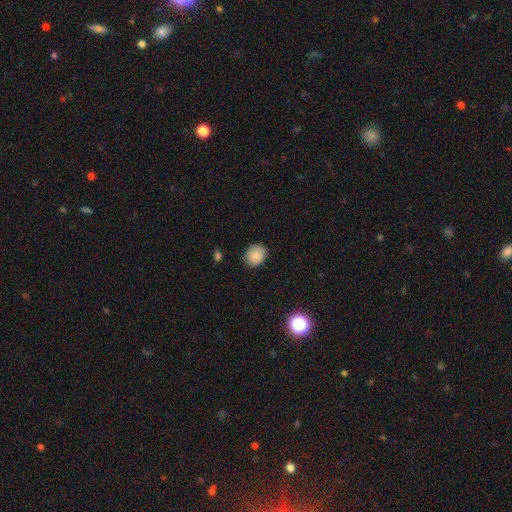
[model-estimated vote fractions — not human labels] Smooth or featured: smooth — 86% (star or artifact — 9%)
How rounded: round — 69% (in between — 30%)
Merging: none — 80% (minor disturbance — 16%)